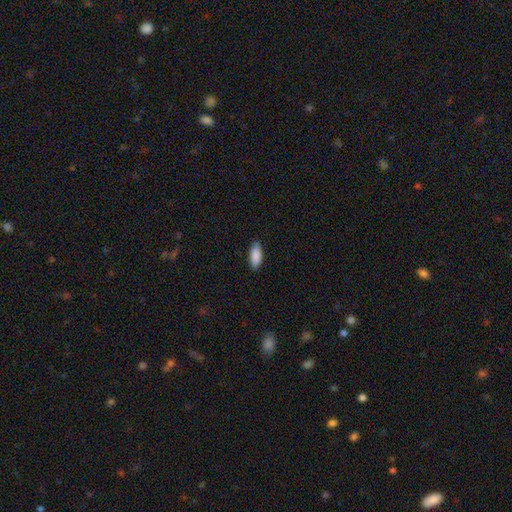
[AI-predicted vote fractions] Smooth or featured?
  - smooth: 90% *
  - star or artifact: 6%
  - featured or disk: 4%
How rounded?
  - in between: 81% *
  - cigar-shaped: 17%
  - round: 2%
Merging?
  - none: 87% *
  - minor disturbance: 11%
  - major disturbance: 2%
  - merger: 1%